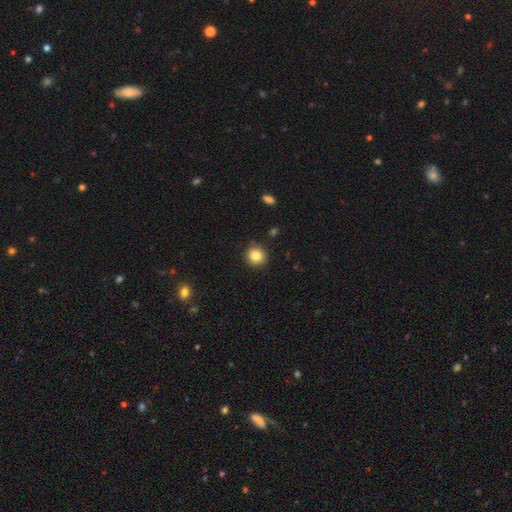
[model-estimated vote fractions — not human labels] Smooth or featured? Predicted: smooth (p=0.84). How rounded? Predicted: round (p=0.91). Merging? Predicted: none (p=0.89).